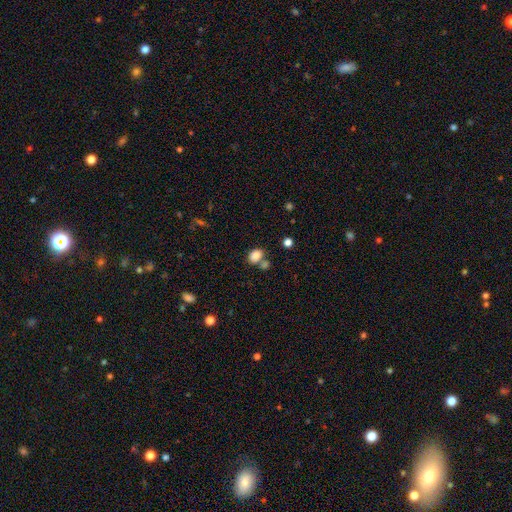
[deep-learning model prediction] Smooth or featured? smooth (84%)
How rounded? in between (71%)
Merging? none (50%)